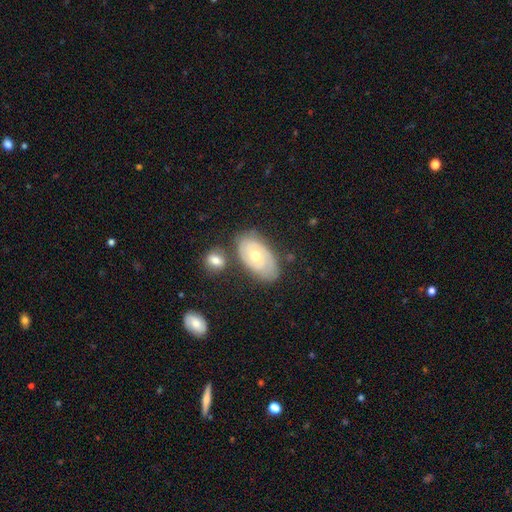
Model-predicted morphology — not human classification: The model was most divided on "spiral arm count": 2: 49%, can't tell: 35%, 3: 6%, 1: 4%, 4: 2%, more than 4: 2%. More confident: edge-on disk — no (94%); spiral arms — yes (80%); bar — no (80%); spiral winding — tight (72%); merging — none (70%); smooth or featured — featured or disk (68%); bulge size — moderate (62%).